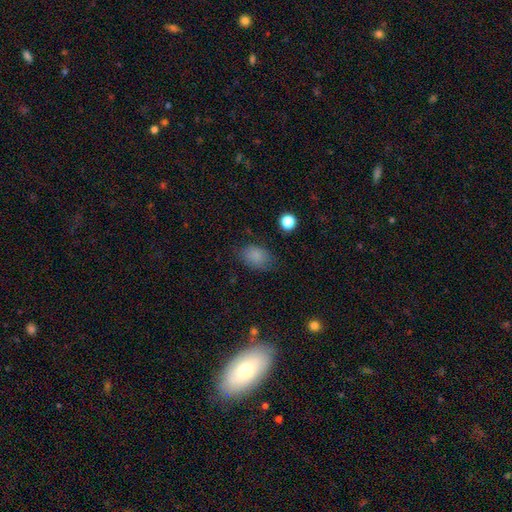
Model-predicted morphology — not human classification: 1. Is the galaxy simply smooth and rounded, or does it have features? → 83% smooth, 11% star or artifact, 6% featured or disk.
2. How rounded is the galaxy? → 80% in between, 19% round, 1% cigar-shaped.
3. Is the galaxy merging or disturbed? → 76% none, 18% minor disturbance, 5% major disturbance, 1% merger.